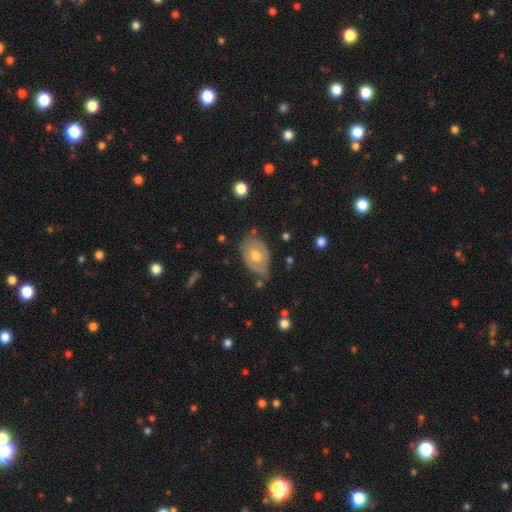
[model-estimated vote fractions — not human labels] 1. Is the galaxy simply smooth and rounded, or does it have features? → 48% smooth, 45% featured or disk, 7% star or artifact.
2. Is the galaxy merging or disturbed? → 62% none, 27% minor disturbance, 6% major disturbance, 4% merger.